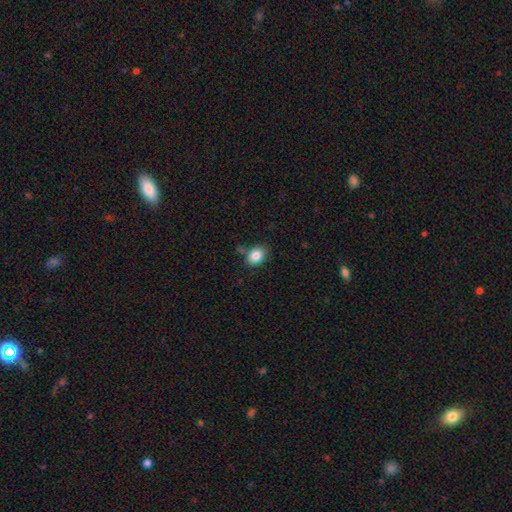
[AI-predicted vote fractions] A smooth galaxy with no disk features (84%) that is in between round and cigar-shaped (60%).

Vote fractions:
- Smooth or featured? smooth: 84% / star or artifact: 9% / featured or disk: 7%
- How rounded? in between: 60% / round: 39% / cigar-shaped: 1%
- Merging? none: 72% / minor disturbance: 17% / merger: 7% / major disturbance: 4%